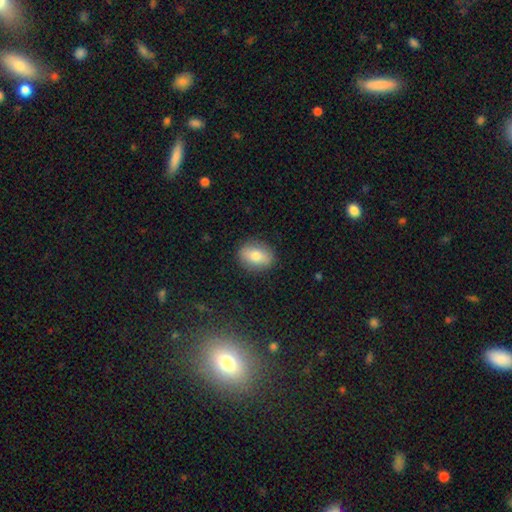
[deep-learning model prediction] Q: Smooth or featured?
A: smooth (73%); runner-up: featured or disk (19%)
Q: How rounded?
A: in between (65%); runner-up: round (33%)
Q: Merging?
A: none (87%); runner-up: minor disturbance (9%)